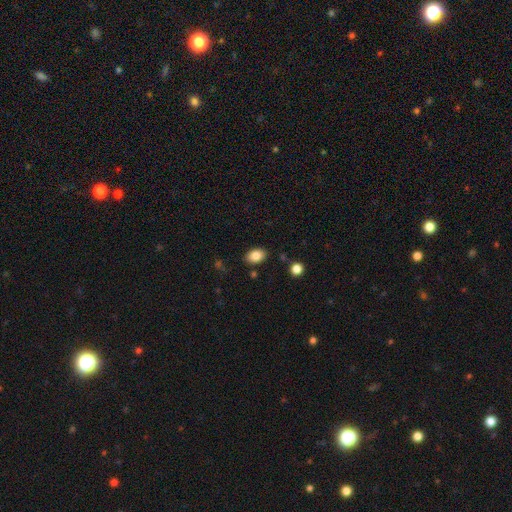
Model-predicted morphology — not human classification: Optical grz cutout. It shows a smooth galaxy with no disk features (85%) that is in between round and cigar-shaped (85%). Merging: none (85%).